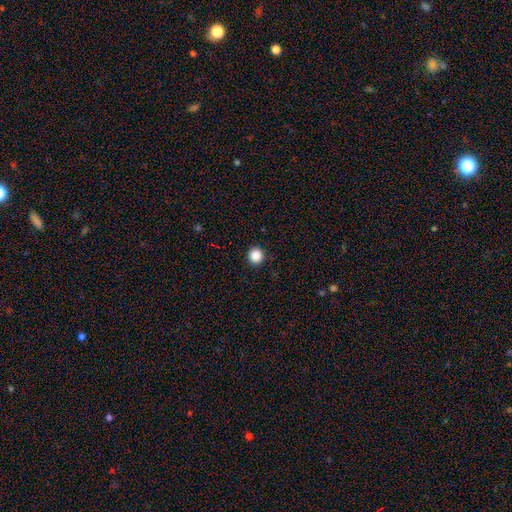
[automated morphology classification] The model was most divided on "smooth or featured": smooth: 87%, star or artifact: 10%, featured or disk: 3%. More confident: how rounded — round (94%); merging — none (93%).